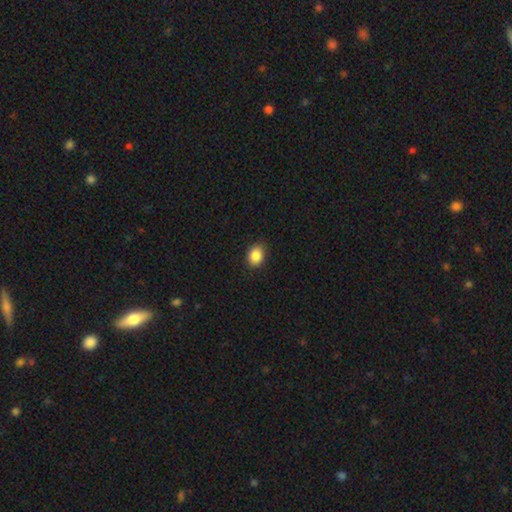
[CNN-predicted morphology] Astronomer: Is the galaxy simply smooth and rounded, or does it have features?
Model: smooth — 87%.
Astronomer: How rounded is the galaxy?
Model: in between — 57% (runner-up: round, 42%).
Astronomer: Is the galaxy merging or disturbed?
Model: none — 85%.